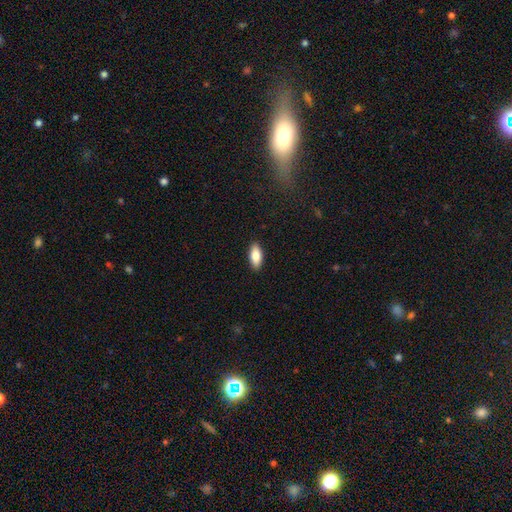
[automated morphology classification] Q: Smooth or featured?
A: smooth (83%); runner-up: featured or disk (10%)
Q: How rounded?
A: in between (83%); runner-up: cigar-shaped (15%)
Q: Merging?
A: none (90%); runner-up: minor disturbance (7%)